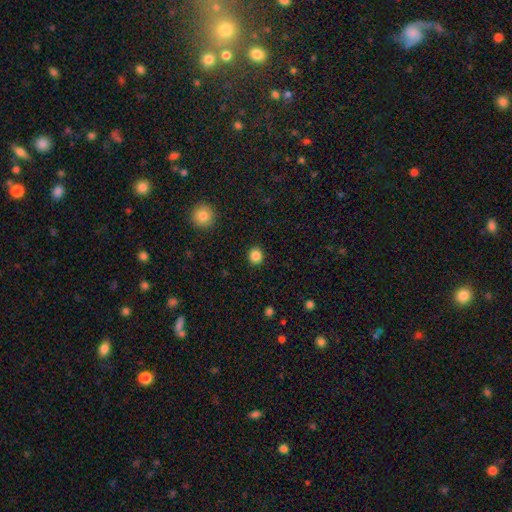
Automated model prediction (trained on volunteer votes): Q: Smooth or featured?
A: smooth (85%); runner-up: star or artifact (11%)
Q: How rounded?
A: round (89%); runner-up: in between (10%)
Q: Merging?
A: none (92%); runner-up: minor disturbance (5%)